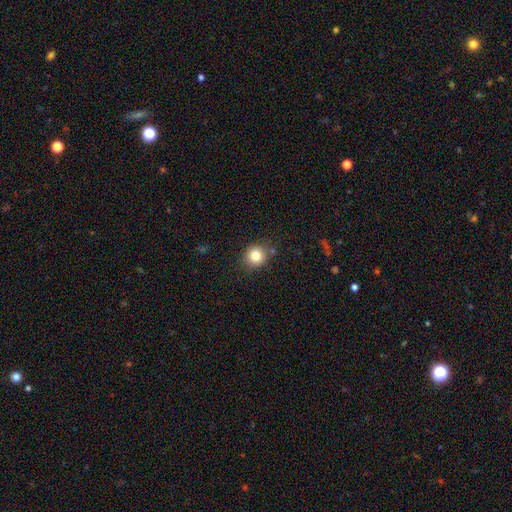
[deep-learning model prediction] This appears to be a smooth galaxy with no disk features (82%) that is round (88%). Merging: none (83%).